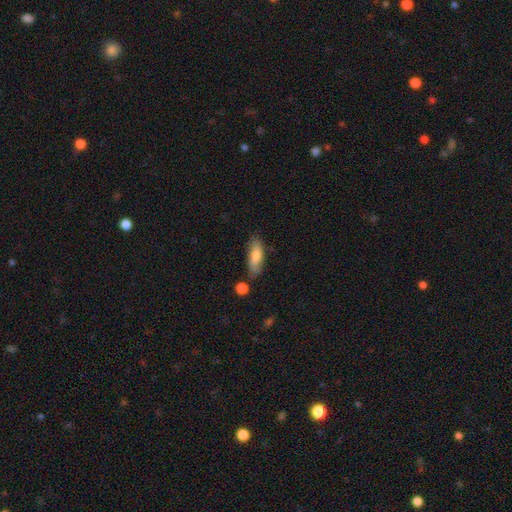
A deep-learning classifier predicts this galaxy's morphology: smooth_or_featured: smooth (p=0.73) [alt: featured or disk p=0.20]
how_rounded: in between (p=0.60) [alt: cigar-shaped p=0.37]
merging: none (p=0.72) [alt: minor disturbance p=0.18]